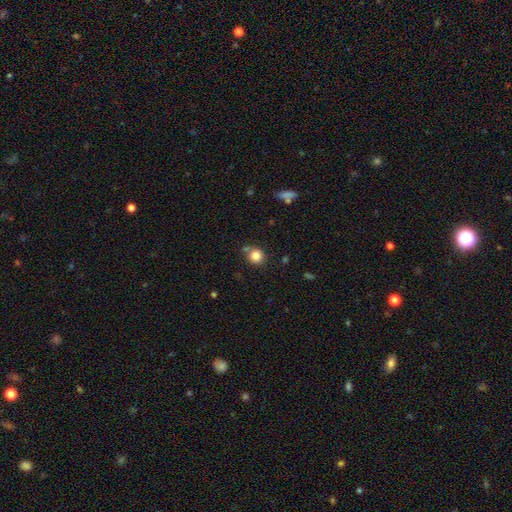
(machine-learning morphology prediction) smooth_or_featured: smooth (p=0.83) [alt: star or artifact p=0.11]
how_rounded: round (p=0.87) [alt: in between p=0.12]
merging: none (p=0.70) [alt: minor disturbance p=0.13]